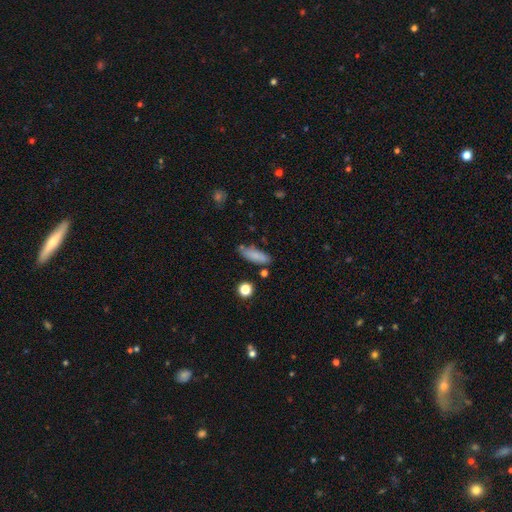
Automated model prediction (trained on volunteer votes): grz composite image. It shows a smooth galaxy with no disk features (82%) that is in between round and cigar-shaped (57%). Merging: none (74%).